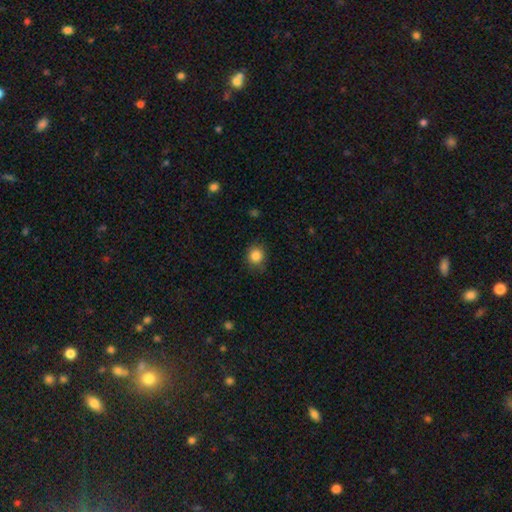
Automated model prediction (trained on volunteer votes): Overall: smooth (86%). How rounded: round (84%). Merging: none (83%).